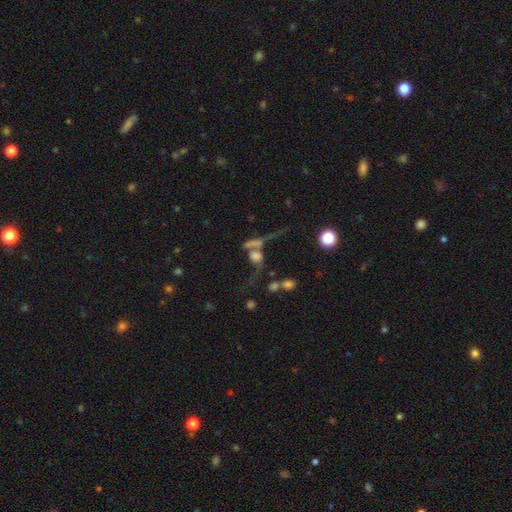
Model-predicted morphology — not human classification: smooth_or_featured: featured or disk (p=0.41) [alt: smooth p=0.38]
merging: merger (p=0.42) [alt: none p=0.26]